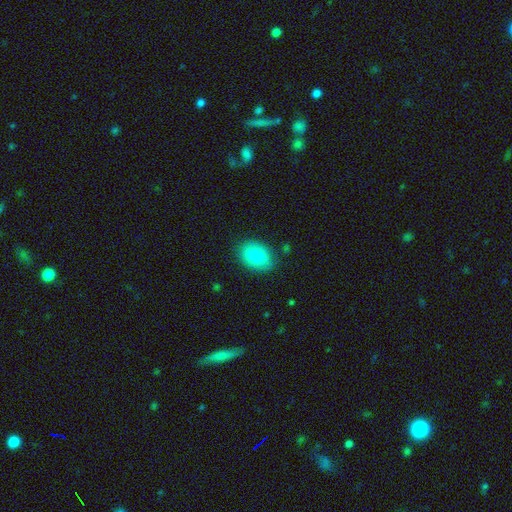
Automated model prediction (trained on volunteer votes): Q: Smooth or featured?
A: smooth (82%); runner-up: featured or disk (11%)
Q: How rounded?
A: in between (76%); runner-up: round (23%)
Q: Merging?
A: none (84%); runner-up: minor disturbance (12%)